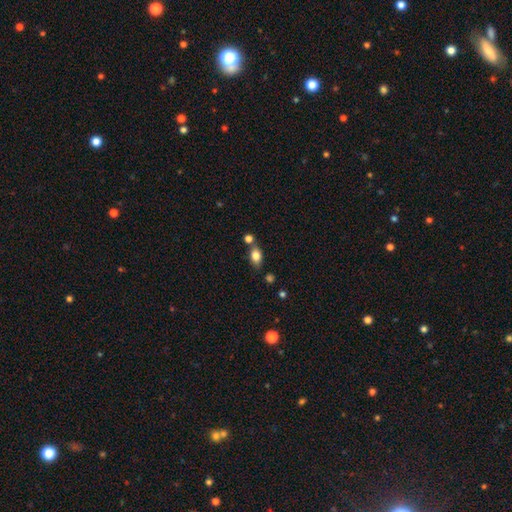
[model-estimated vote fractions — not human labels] A smooth galaxy with no disk features (81%) that is in between round and cigar-shaped (80%). Merging: none (67%).